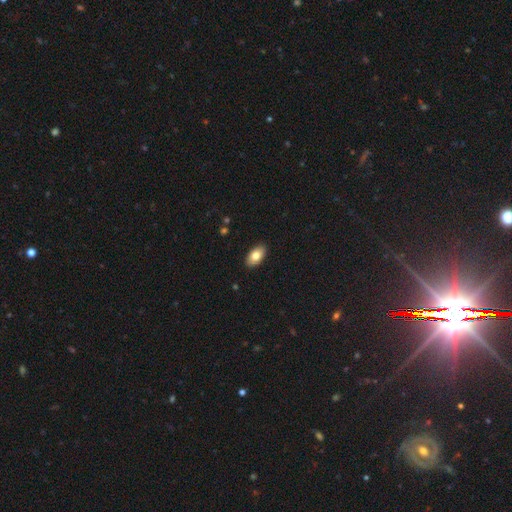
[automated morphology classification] A smooth galaxy with no disk features (79%) that is in between round and cigar-shaped (94%).

Vote fractions:
- Smooth or featured? smooth: 79% / featured or disk: 14% / star or artifact: 7%
- How rounded? in between: 94% / round: 4% / cigar-shaped: 2%
- Merging? none: 89% / minor disturbance: 8% / major disturbance: 2% / merger: 1%